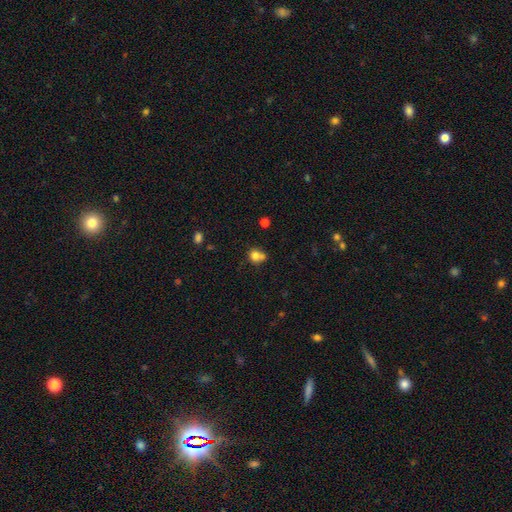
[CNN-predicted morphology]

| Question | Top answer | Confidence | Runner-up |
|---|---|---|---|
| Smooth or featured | smooth | 78% | star or artifact (12%) |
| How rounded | round | 75% | in between (24%) |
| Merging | none | 44% | merger (36%) |